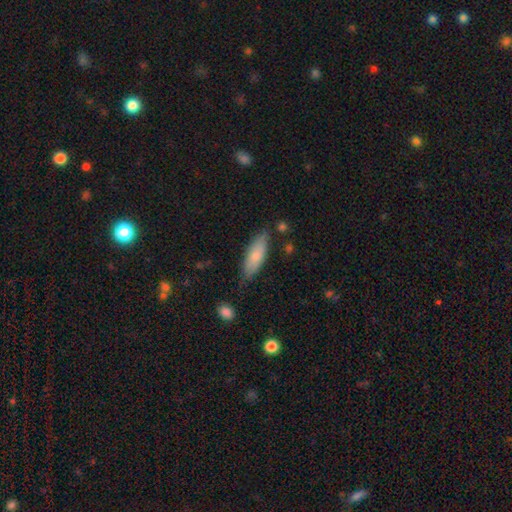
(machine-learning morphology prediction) smooth 77%, featured or disk 17%, star or artifact 6%. Down the decision tree: how rounded — in between (57%); merging — none (73%).